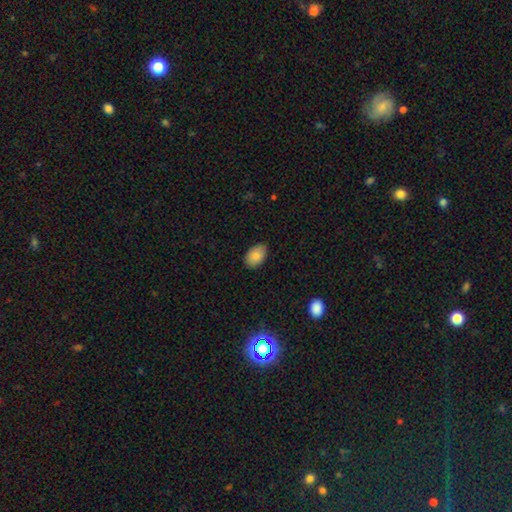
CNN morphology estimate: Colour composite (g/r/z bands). It shows a smooth galaxy with no disk features (85%) that is in between round and cigar-shaped (89%). Merging: none (85%).